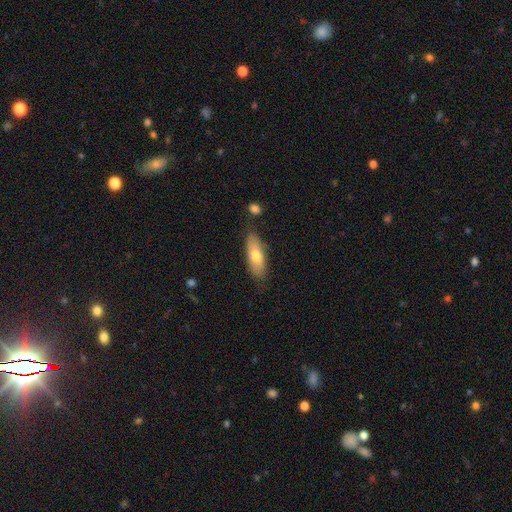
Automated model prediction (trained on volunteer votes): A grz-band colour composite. It shows a smooth galaxy with no disk features (70%) that is in between round and cigar-shaped (63%). Merging: none (76%).